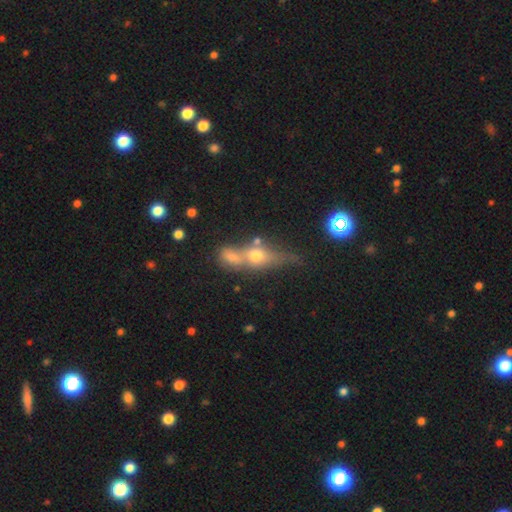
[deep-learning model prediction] Q: Smooth or featured?
A: smooth (47%); runner-up: featured or disk (36%)
Q: Merging?
A: merger (54%); runner-up: none (26%)